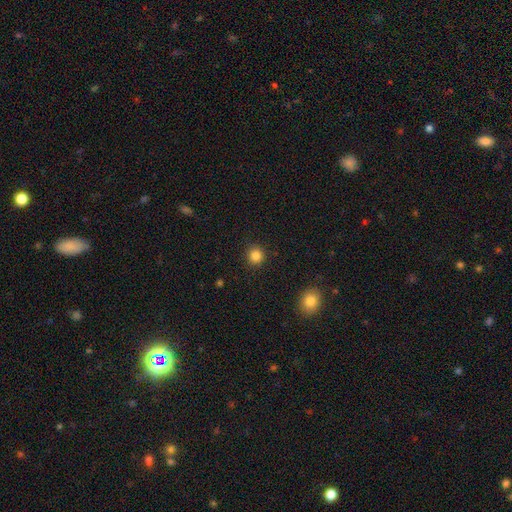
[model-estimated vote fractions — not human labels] This is clearly a smooth galaxy (84%). How rounded: clearly round (92%). Merging: clearly none (91%).